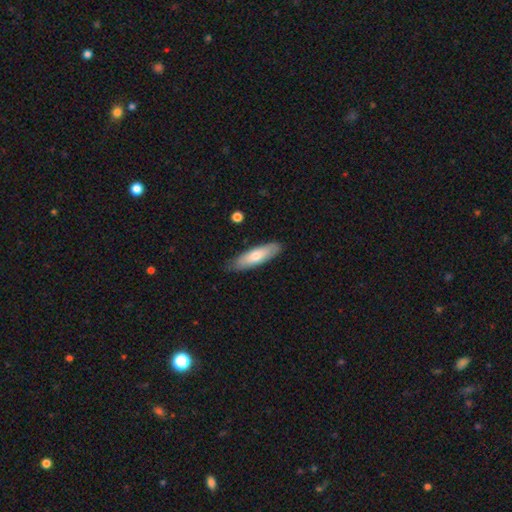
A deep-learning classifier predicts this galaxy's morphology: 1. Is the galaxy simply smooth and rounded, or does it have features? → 66% smooth, 29% featured or disk, 5% star or artifact.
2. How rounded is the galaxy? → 50% cigar-shaped, 48% in between, 2% round.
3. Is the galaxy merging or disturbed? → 82% none, 14% minor disturbance, 2% major disturbance, 1% merger.